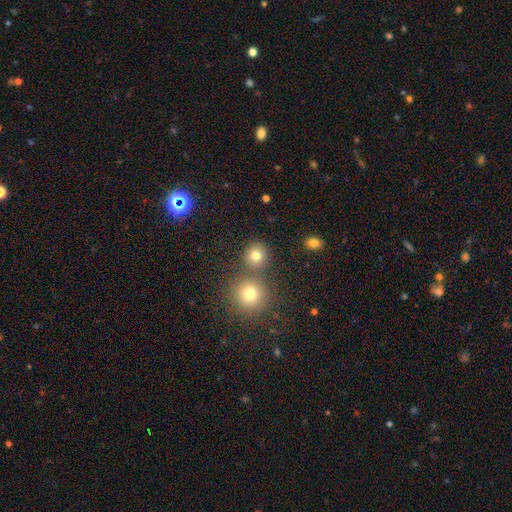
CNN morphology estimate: smooth-or-featured: smooth: 78% | star or artifact: 15% | featured or disk: 7%
  how-rounded: round: 91% | in between: 8% | cigar-shaped: 1%
  merging: none: 77% | merger: 13% | minor disturbance: 7% | major disturbance: 3%